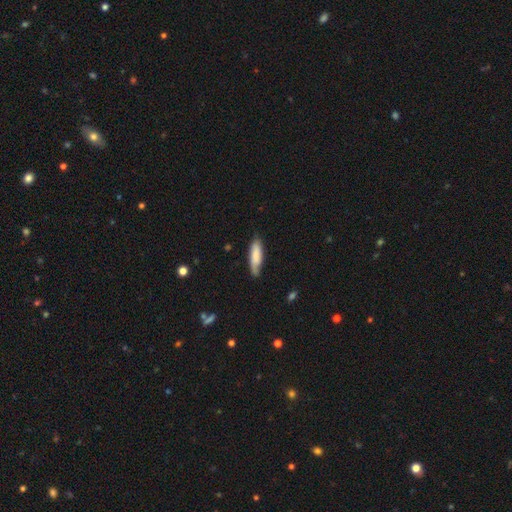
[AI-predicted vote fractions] This is likely a smooth galaxy (78%). How rounded: possibly cigar-shaped (59%). Merging: likely none (71%).